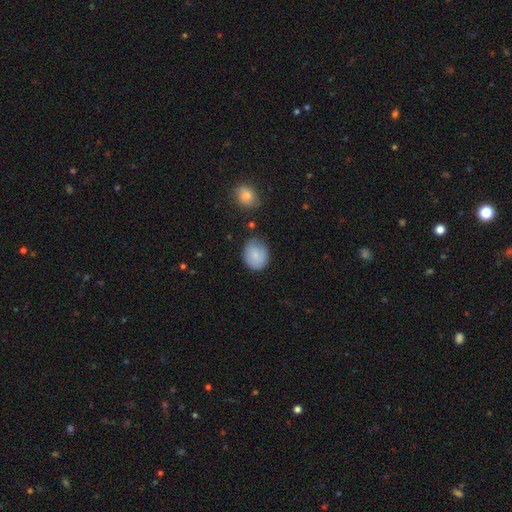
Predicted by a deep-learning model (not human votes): Q: Smooth or featured?
A: smooth (78%); runner-up: featured or disk (15%)
Q: How rounded?
A: round (57%); runner-up: in between (42%)
Q: Merging?
A: none (69%); runner-up: minor disturbance (22%)